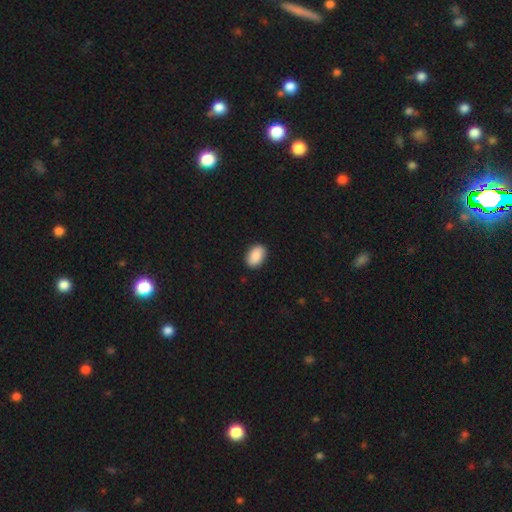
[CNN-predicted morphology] A smooth galaxy with no disk features (89%) that is in between round and cigar-shaped (90%). Merging: none (89%).